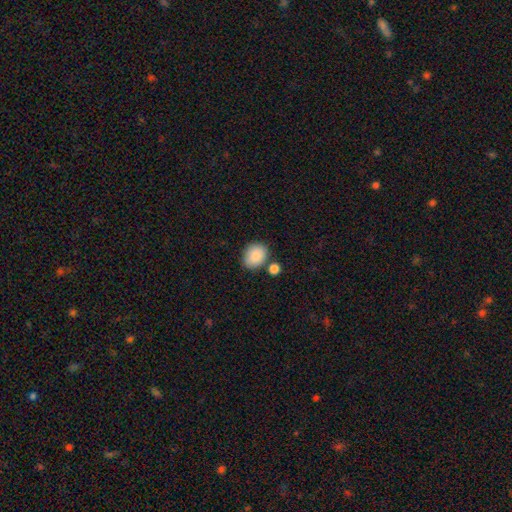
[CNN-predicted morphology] Smooth or featured?
  - smooth: 88% *
  - star or artifact: 7%
  - featured or disk: 5%
How rounded?
  - in between: 55% *
  - round: 44%
  - cigar-shaped: 1%
Merging?
  - none: 72% *
  - minor disturbance: 14%
  - merger: 10%
  - major disturbance: 4%